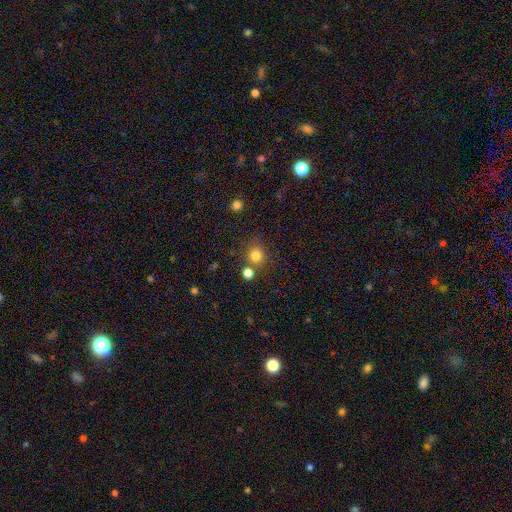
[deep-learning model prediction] Q: Smooth or featured?
A: smooth (80%); runner-up: star or artifact (14%)
Q: How rounded?
A: round (80%); runner-up: in between (19%)
Q: Merging?
A: none (71%); runner-up: merger (14%)